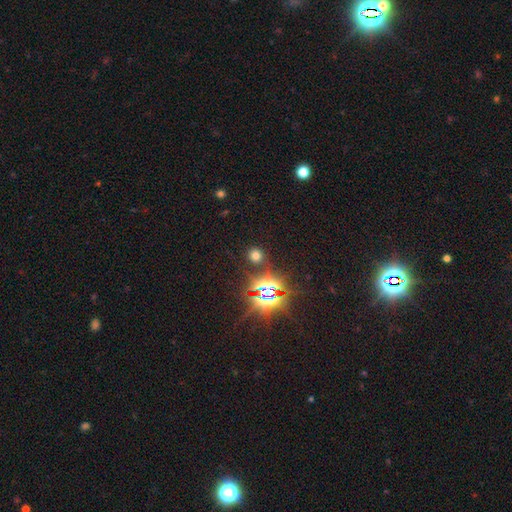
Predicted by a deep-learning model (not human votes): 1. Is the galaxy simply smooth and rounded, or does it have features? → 58% smooth, 35% star or artifact, 7% featured or disk.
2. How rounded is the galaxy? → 88% round, 11% in between, 1% cigar-shaped.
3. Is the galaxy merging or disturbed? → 86% none, 7% minor disturbance, 4% merger, 3% major disturbance.